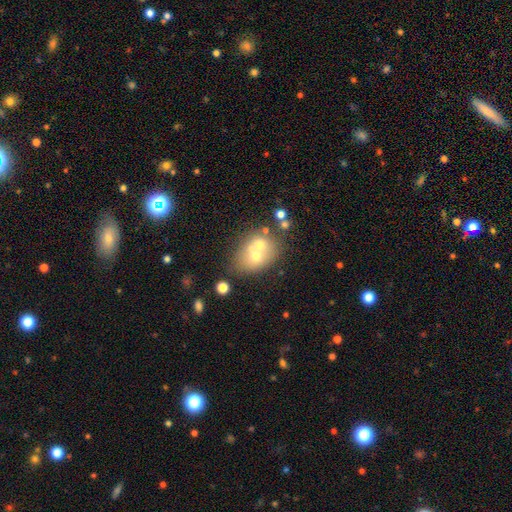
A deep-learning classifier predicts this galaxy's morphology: A smooth galaxy with no disk features (57%) that is in between round and cigar-shaped (53%). Merging: merger (56%).